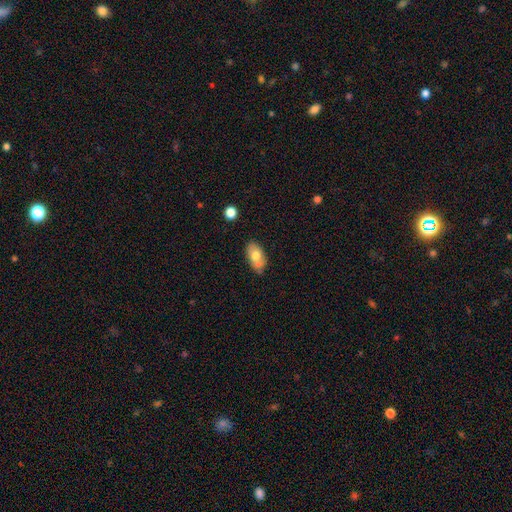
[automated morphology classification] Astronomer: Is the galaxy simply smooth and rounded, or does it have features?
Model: smooth — 67%.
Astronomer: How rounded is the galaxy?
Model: in between — 91%.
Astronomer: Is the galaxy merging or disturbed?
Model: none — 66%.